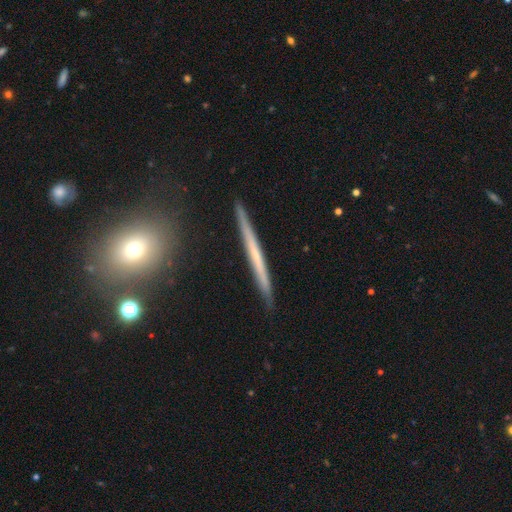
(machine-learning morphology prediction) A featured or disk galaxy (58%) viewed edge-on (97%) with no central bulge (88%). Merging: none (90%).